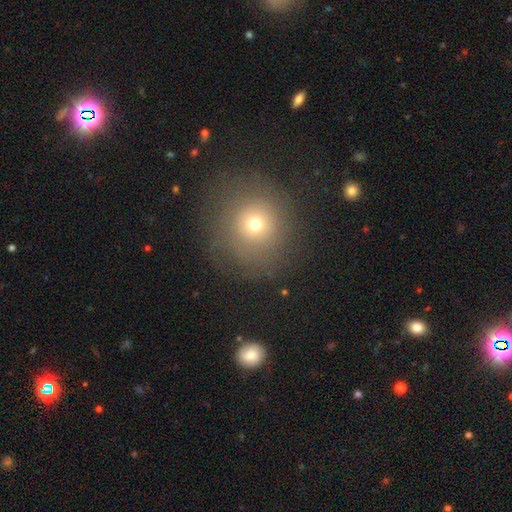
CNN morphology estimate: smooth 61%, star or artifact 24%, featured or disk 14%. Down the decision tree: how rounded — round (90%); merging — none (84%).